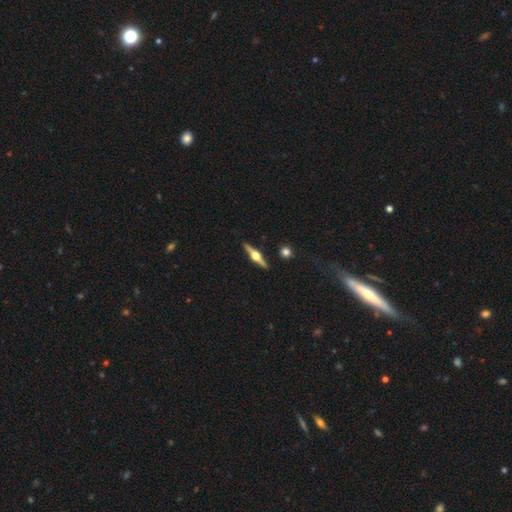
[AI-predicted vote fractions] featured or disk 80%, smooth 15%, star or artifact 5%. Down the decision tree: edge-on disk — yes (98%); edge-on bulge — rounded (96%); merging — none (90%).